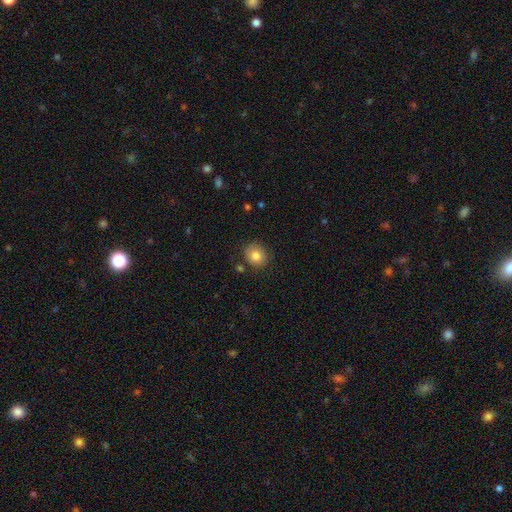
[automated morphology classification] This appears to be a smooth galaxy with no disk features (82%) that is round (72%). Merging: none (84%).